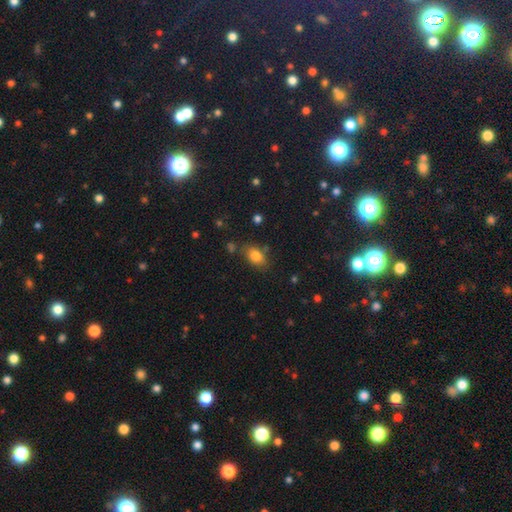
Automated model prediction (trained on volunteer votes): A smooth galaxy with no disk features (81%) that is in between round and cigar-shaped (80%).

Vote fractions:
- Smooth or featured? smooth: 81% / star or artifact: 10% / featured or disk: 8%
- How rounded? in between: 80% / round: 18% / cigar-shaped: 2%
- Merging? none: 74% / minor disturbance: 16% / merger: 6% / major disturbance: 4%